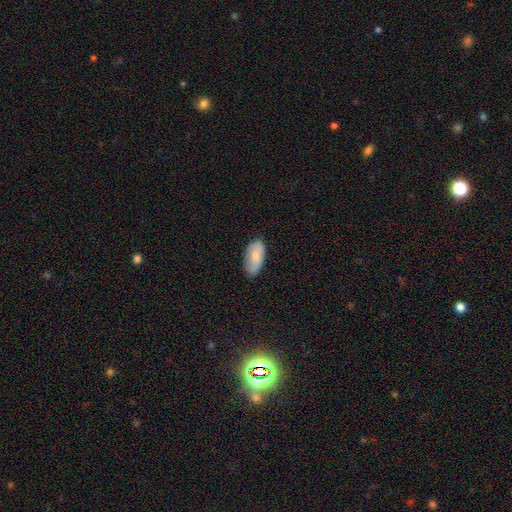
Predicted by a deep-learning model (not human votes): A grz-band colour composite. It shows a smooth galaxy with no disk features (77%) that is in between round and cigar-shaped (94%). Merging: none (78%).